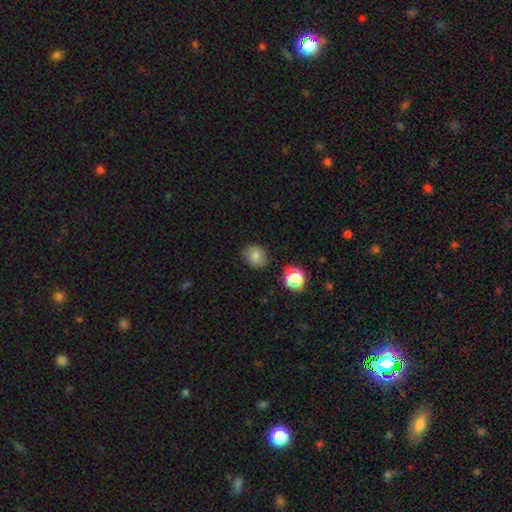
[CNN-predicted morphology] Smooth or featured? Predicted: smooth (p=0.73). How rounded? Predicted: round (p=0.77). Merging? Predicted: none (p=0.77).